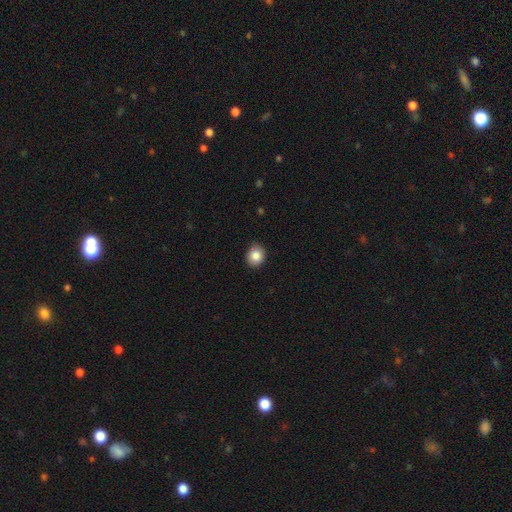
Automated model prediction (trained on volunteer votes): smooth 86%, star or artifact 9%, featured or disk 6%. Down the decision tree: how rounded — round (67%); merging — none (83%).